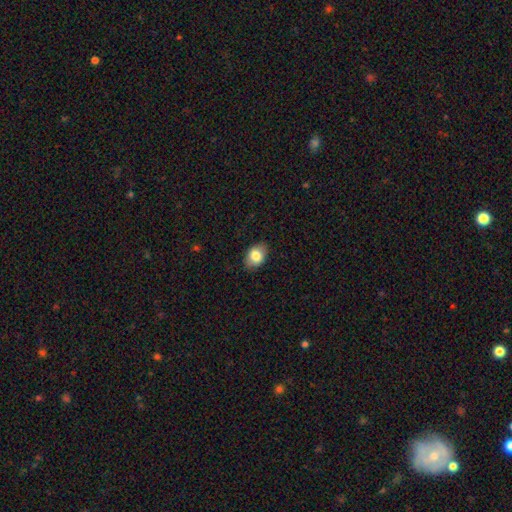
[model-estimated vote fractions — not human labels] Smooth or featured? Predicted: smooth (p=0.81). How rounded? Predicted: in between (p=0.82). Merging? Predicted: none (p=0.85).